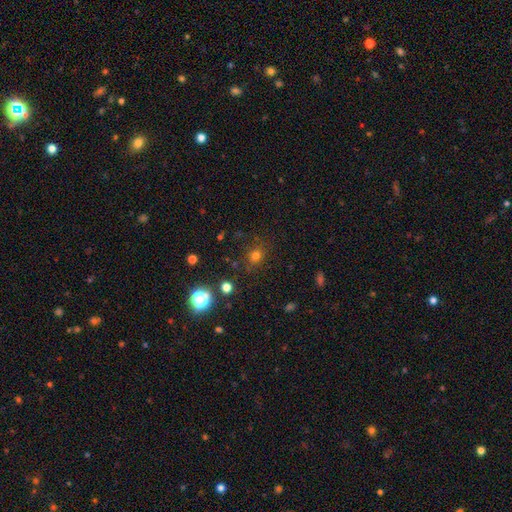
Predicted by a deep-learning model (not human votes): smooth-or-featured: smooth: 70% | star or artifact: 22% | featured or disk: 7%
  how-rounded: round: 67% | in between: 32% | cigar-shaped: 1%
  merging: none: 80% | minor disturbance: 12% | major disturbance: 4% | merger: 3%